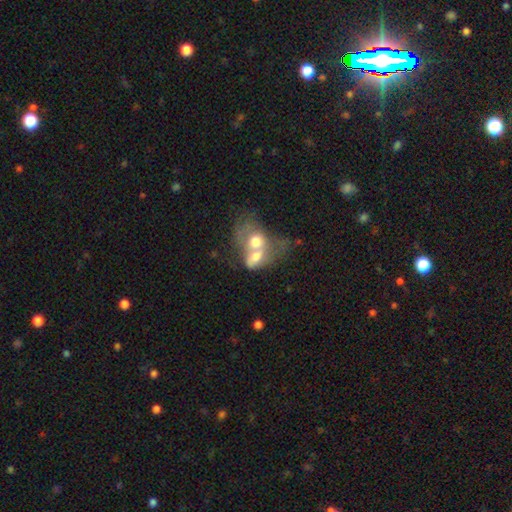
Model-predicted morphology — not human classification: Smooth or featured?
  - smooth: 55% *
  - featured or disk: 36%
  - star or artifact: 9%
How rounded?
  - in between: 61% *
  - round: 37%
  - cigar-shaped: 2%
Merging?
  - merger: 80% *
  - major disturbance: 8%
  - none: 8%
  - minor disturbance: 5%